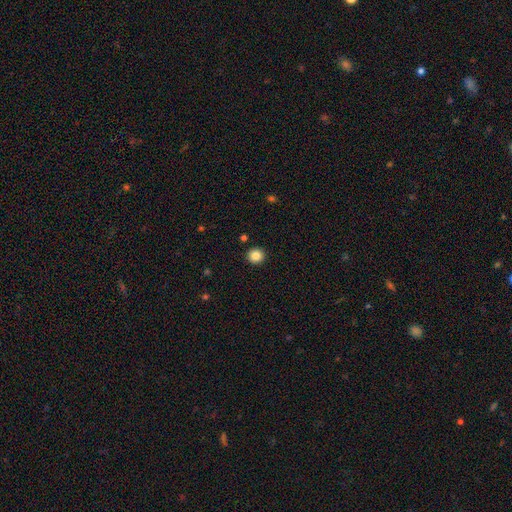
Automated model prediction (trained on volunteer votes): smooth 85%, star or artifact 10%, featured or disk 5%. Down the decision tree: how rounded — round (93%); merging — none (93%).